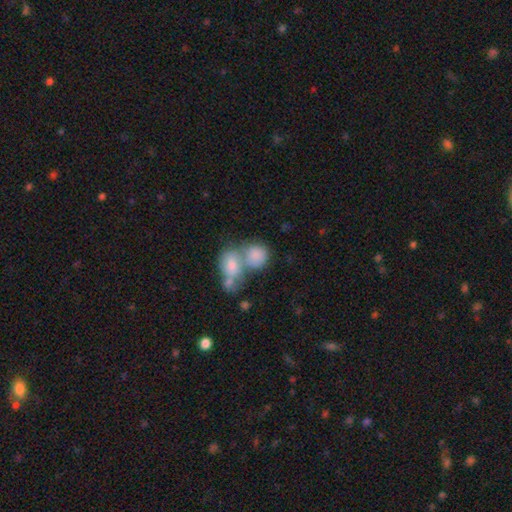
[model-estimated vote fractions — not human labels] This appears to be a smooth galaxy with no disk features (79%) that is round (54%). Merging: merger (65%).